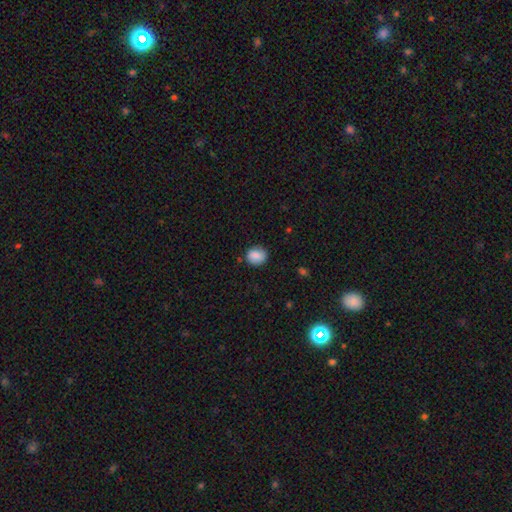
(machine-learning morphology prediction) Smooth or featured?
  - smooth: 84% *
  - star or artifact: 8%
  - featured or disk: 7%
How rounded?
  - round: 75% *
  - in between: 24%
  - cigar-shaped: 1%
Merging?
  - none: 82% *
  - minor disturbance: 14%
  - major disturbance: 3%
  - merger: 1%